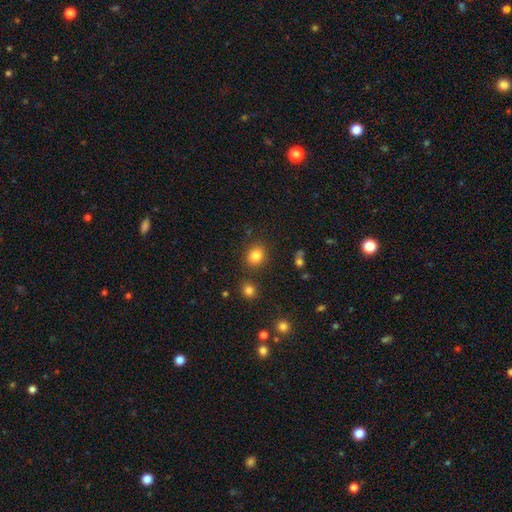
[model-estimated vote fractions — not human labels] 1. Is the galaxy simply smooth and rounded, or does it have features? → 82% smooth, 12% star or artifact, 6% featured or disk.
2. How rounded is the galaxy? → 68% round, 31% in between, 1% cigar-shaped.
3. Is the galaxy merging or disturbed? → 84% none, 9% minor disturbance, 4% merger, 3% major disturbance.